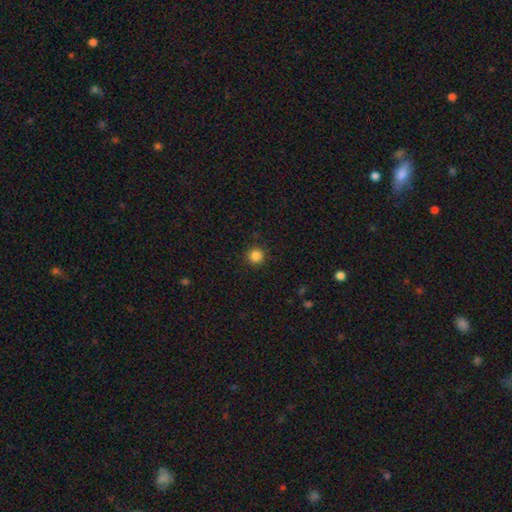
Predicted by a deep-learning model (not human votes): smooth 86%, star or artifact 11%, featured or disk 3%. Down the decision tree: how rounded — round (95%); merging — none (91%).